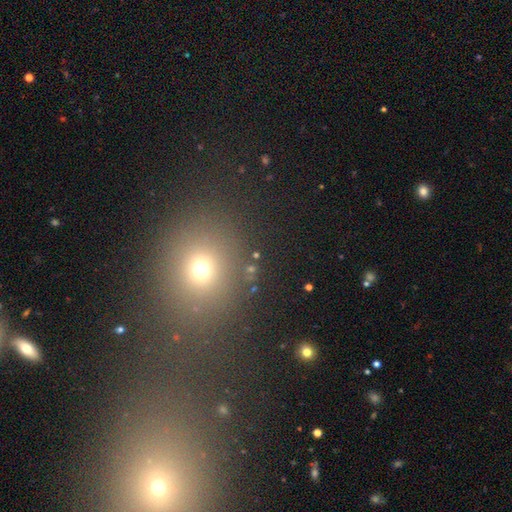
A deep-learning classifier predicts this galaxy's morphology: smooth 56%, star or artifact 34%, featured or disk 10%. Down the decision tree: how rounded — round (67%); merging — none (74%).